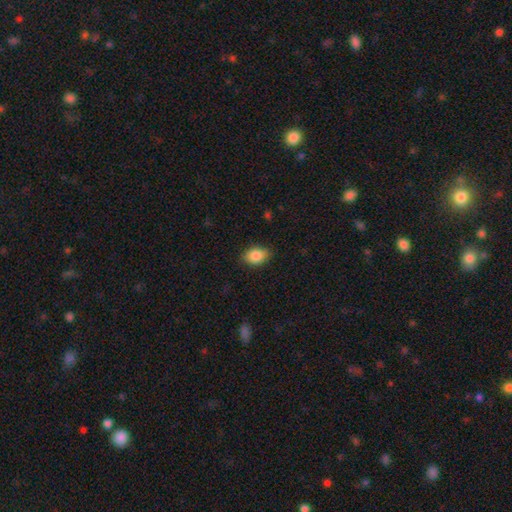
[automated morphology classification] type=smooth (87%); roundness=in between (80%); merging=none (83%).